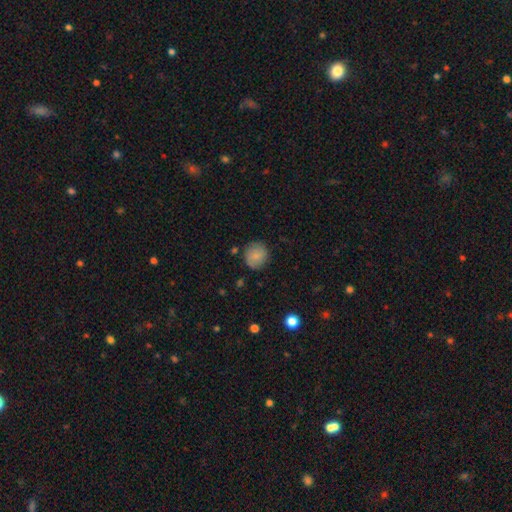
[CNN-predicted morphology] Smooth or featured: smooth — 81% (featured or disk — 12%)
How rounded: round — 88% (in between — 11%)
Merging: none — 81% (minor disturbance — 14%)